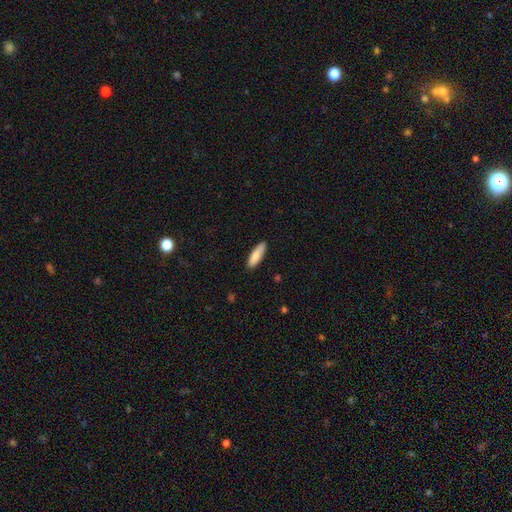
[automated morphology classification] Overall: smooth (85%). How rounded: cigar-shaped (54%; in between 44%). Merging: none (86%).